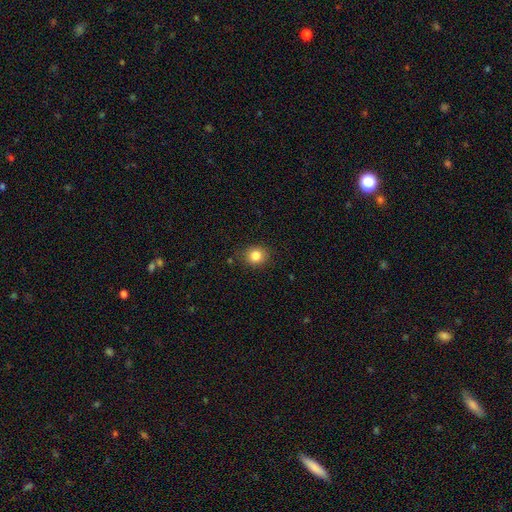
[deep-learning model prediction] A smooth galaxy with no disk features (84%) that is round (79%).

Vote fractions:
- Smooth or featured? smooth: 84% / star or artifact: 11% / featured or disk: 5%
- How rounded? round: 79% / in between: 20% / cigar-shaped: 1%
- Merging? none: 86% / minor disturbance: 10% / major disturbance: 3% / merger: 1%